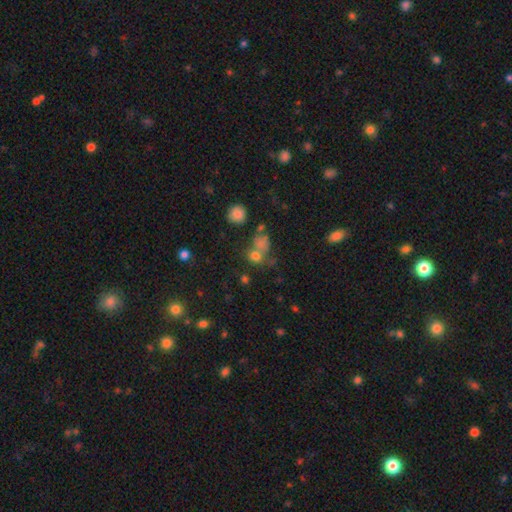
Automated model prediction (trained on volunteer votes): A smooth galaxy with no disk features (72%) that is round (70%). Merging: none (46%).